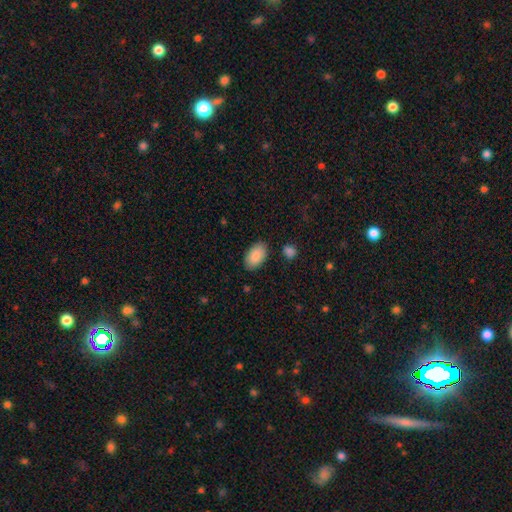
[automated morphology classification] This is clearly a smooth galaxy (89%). How rounded: clearly in between (94%). Merging: clearly none (85%).